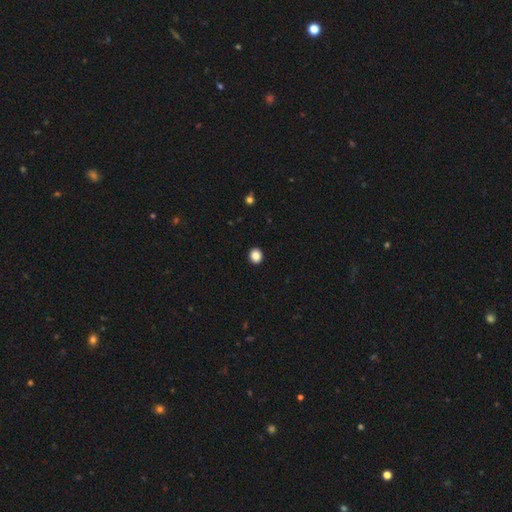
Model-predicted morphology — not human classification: type=smooth (87%); roundness=round (79%); merging=none (93%).